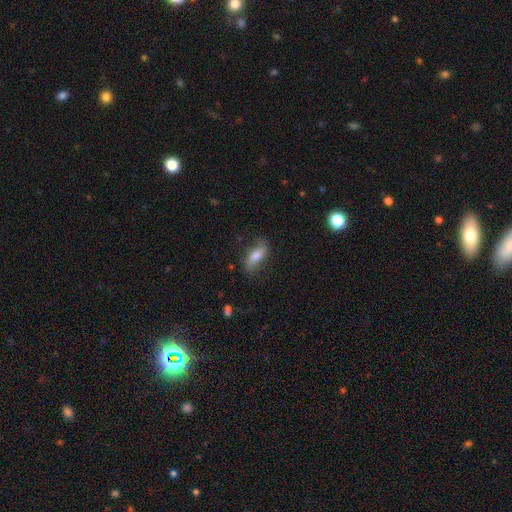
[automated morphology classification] A smooth galaxy with no disk features (71%) that is in between round and cigar-shaped (75%).

Vote fractions:
- Smooth or featured? smooth: 71% / featured or disk: 21% / star or artifact: 7%
- How rounded? in between: 75% / cigar-shaped: 21% / round: 4%
- Merging? none: 75% / minor disturbance: 18% / major disturbance: 5% / merger: 2%